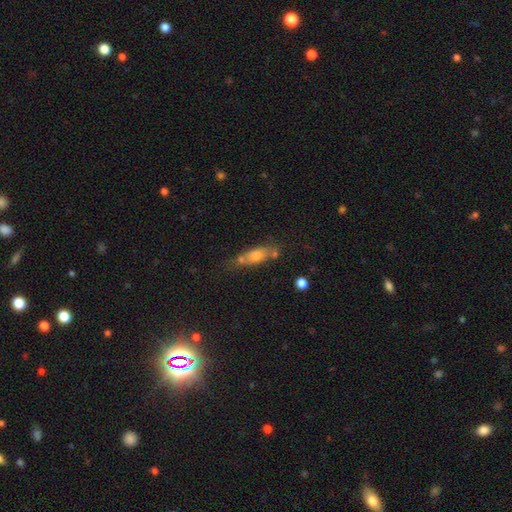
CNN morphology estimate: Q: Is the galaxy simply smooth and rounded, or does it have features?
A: smooth — 57%.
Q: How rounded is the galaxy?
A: cigar-shaped — 47%, tied with in between.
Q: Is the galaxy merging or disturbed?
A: none — 56%.